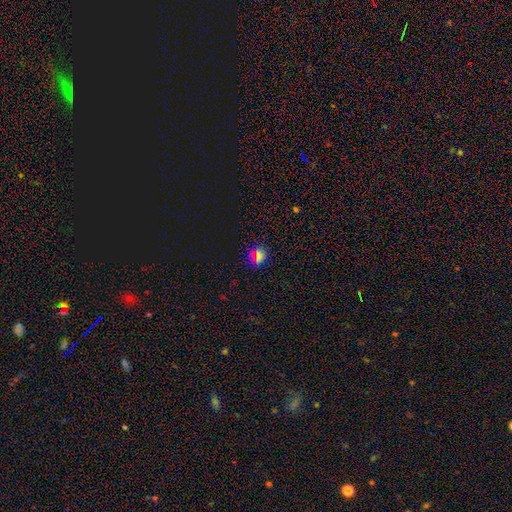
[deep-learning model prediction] smooth 65%, star or artifact 28%, featured or disk 7%. Down the decision tree: how rounded — round (85%); merging — none (88%).